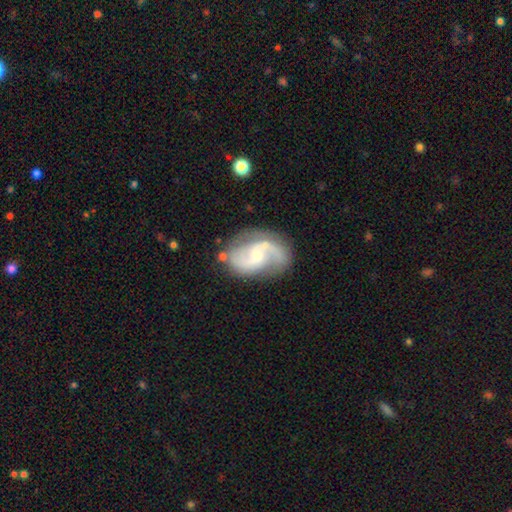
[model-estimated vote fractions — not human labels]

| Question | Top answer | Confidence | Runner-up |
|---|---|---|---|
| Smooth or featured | featured or disk | 87% | smooth (8%) |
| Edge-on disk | no | 98% | yes (2%) |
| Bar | weak | 45% | tied: no (45%) |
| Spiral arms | yes | 97% | no (3%) |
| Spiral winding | medium | 53% | loose (34%) |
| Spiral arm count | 2 | 90% | can't tell (3%) |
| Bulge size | small | 53% | moderate (35%) |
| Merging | none | 73% | minor disturbance (16%) |